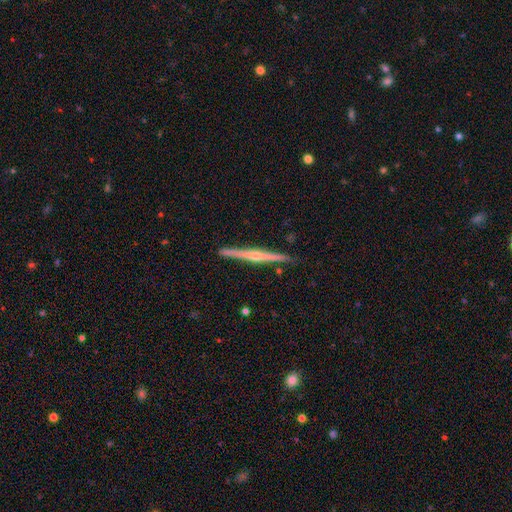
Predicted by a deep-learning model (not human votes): Smooth or featured?
  - featured or disk: 80% *
  - smooth: 15%
  - star or artifact: 5%
Edge-on disk?
  - yes: 98% *
  - no: 2%
Edge-on bulge?
  - rounded: 84% *
  - none: 11%
  - boxy: 5%
Merging?
  - none: 91% *
  - minor disturbance: 7%
  - merger: 1%
  - major disturbance: 1%